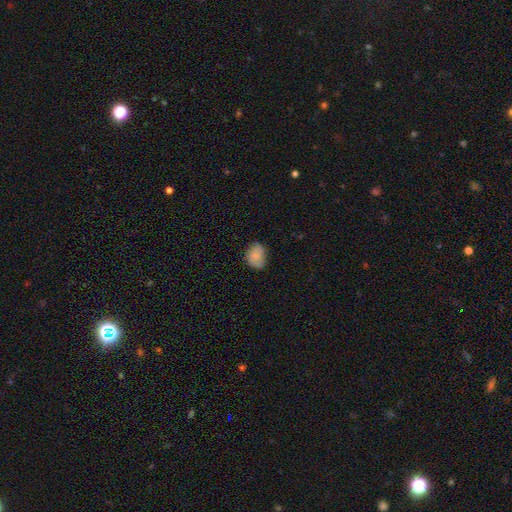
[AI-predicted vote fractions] smooth-or-featured: smooth: 78% | featured or disk: 14% | star or artifact: 8%
  how-rounded: in between: 60% | round: 39% | cigar-shaped: 1%
  merging: none: 66% | minor disturbance: 27% | major disturbance: 5% | merger: 1%